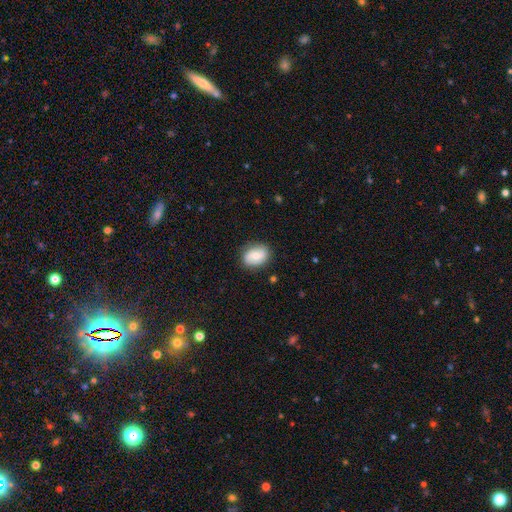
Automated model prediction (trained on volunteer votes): smooth-or-featured: smooth: 63% | featured or disk: 29% | star or artifact: 7%
  how-rounded: in between: 64% | round: 35% | cigar-shaped: 1%
  merging: none: 81% | minor disturbance: 15% | major disturbance: 3% | merger: 1%